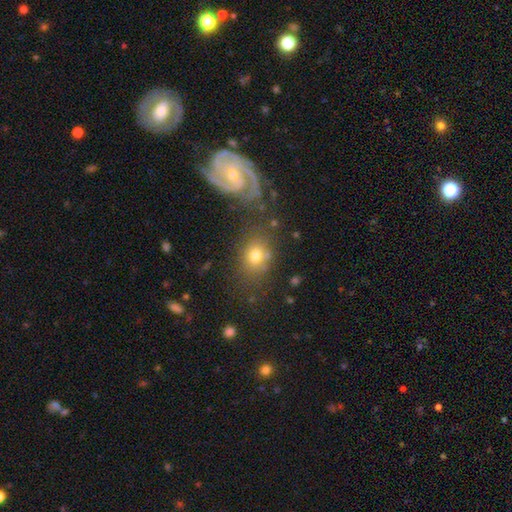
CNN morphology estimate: Smooth or featured: smooth — 63% (featured or disk — 24%)
How rounded: in between — 51% (round — 47%)
Merging: none — 67% (minor disturbance — 15%)